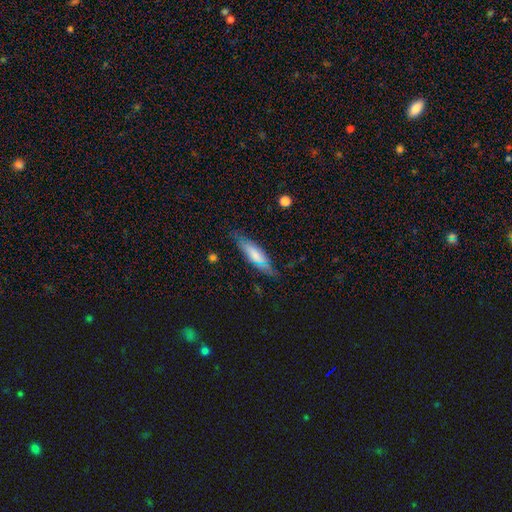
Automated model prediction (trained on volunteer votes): The model was most divided on "how rounded": cigar-shaped: 55%, in between: 43%, round: 2%. More confident: merging — none (75%); smooth or featured — smooth (65%).